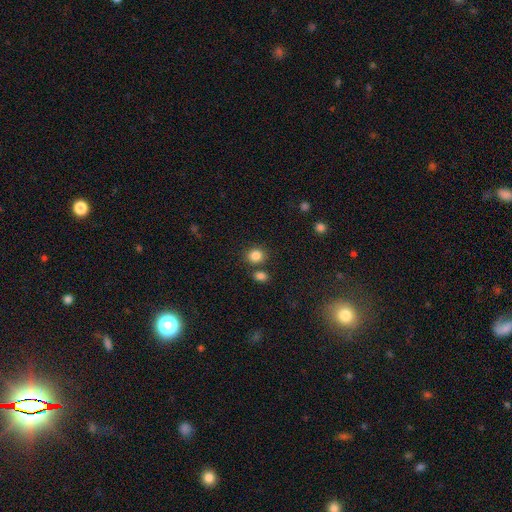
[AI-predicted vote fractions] Overall: smooth (85%). How rounded: round (75%). Merging: none (74%).